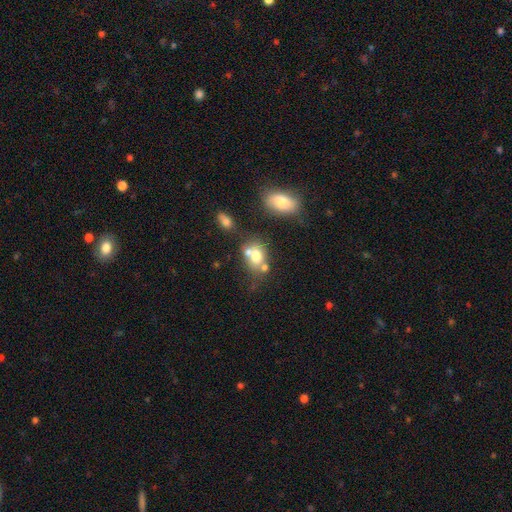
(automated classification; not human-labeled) Q: Smooth or featured?
A: smooth (69%); runner-up: featured or disk (19%)
Q: How rounded?
A: in between (60%); runner-up: round (39%)
Q: Merging?
A: merger (44%); runner-up: none (35%)